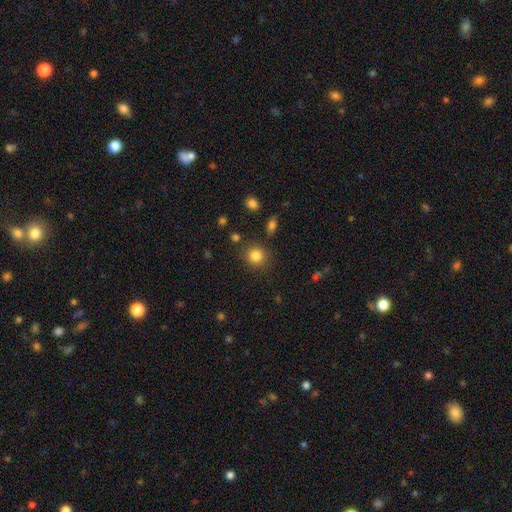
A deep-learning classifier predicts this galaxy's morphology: Smooth or featured?
  - smooth: 84% *
  - star or artifact: 11%
  - featured or disk: 5%
How rounded?
  - round: 89% *
  - in between: 10%
  - cigar-shaped: 1%
Merging?
  - none: 86% *
  - minor disturbance: 8%
  - merger: 3%
  - major disturbance: 3%